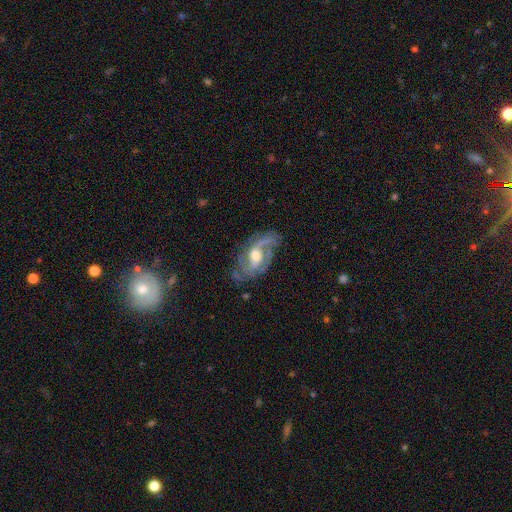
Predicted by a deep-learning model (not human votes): This is clearly a featured or disk galaxy (86%). It is clearly not viewed edge-on (95%). Bar: marginally weak (45%). Spiral arm pattern: clearly yes (94%). Spiral arm count: likely 2 (68%). Spiral winding: possibly medium (50%). Central bulge: likely moderate (67%). Merging: likely none (66%).